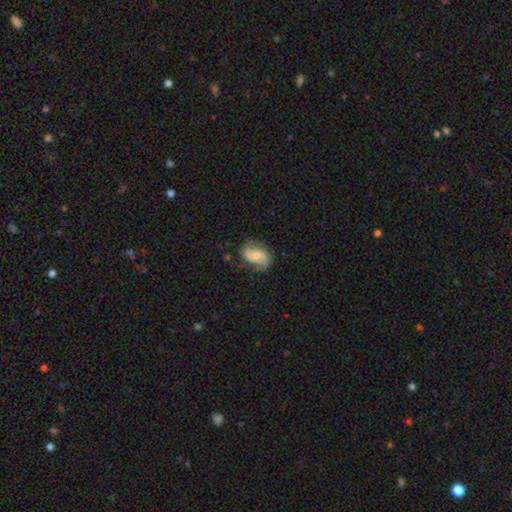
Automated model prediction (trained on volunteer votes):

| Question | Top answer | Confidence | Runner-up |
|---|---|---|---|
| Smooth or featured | featured or disk | 76% | smooth (18%) |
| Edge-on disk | no | 98% | yes (2%) |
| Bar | no | 47% | weak (41%) |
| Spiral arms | yes | 95% | no (5%) |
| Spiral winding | loose | 48% | medium (40%) |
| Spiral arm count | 2 | 90% | can't tell (4%) |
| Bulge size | small | 47% | moderate (39%) |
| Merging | none | 73% | minor disturbance (18%) |